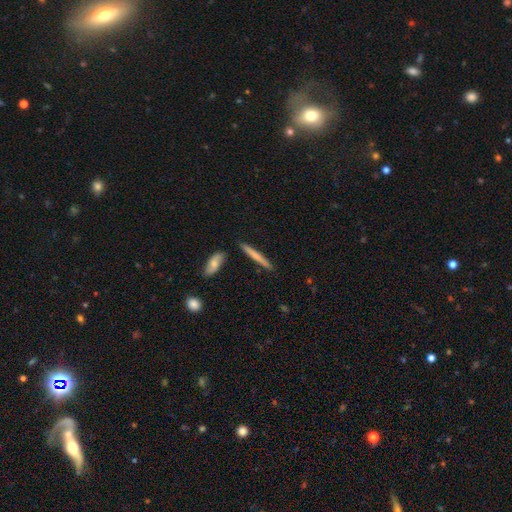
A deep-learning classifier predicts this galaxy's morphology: Overall: smooth (64%; featured or disk 31%). How rounded: cigar-shaped (95%). Merging: none (87%).